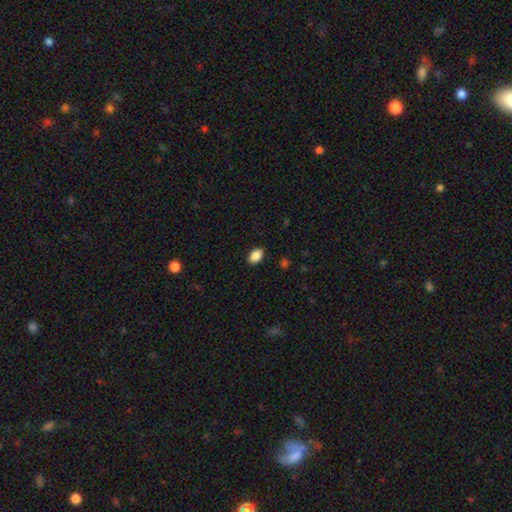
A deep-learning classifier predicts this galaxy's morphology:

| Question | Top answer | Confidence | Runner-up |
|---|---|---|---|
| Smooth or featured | smooth | 88% | star or artifact (8%) |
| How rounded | in between | 86% | round (13%) |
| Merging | none | 88% | minor disturbance (9%) |